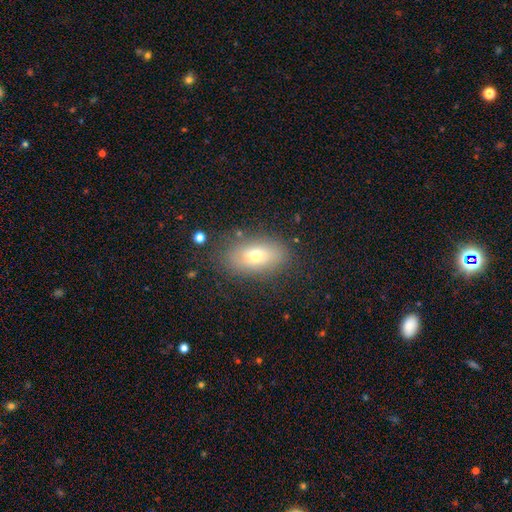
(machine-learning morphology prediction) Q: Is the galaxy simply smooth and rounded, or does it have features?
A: smooth — 67%.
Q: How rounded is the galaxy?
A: in between — 86%.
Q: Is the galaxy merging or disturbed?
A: none — 80%.